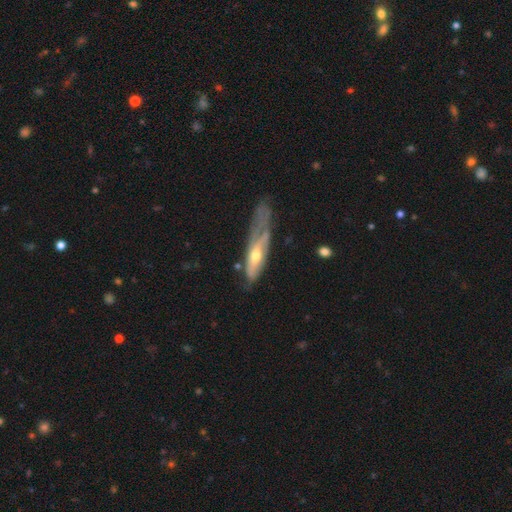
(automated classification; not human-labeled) Overall: featured or disk (59%; smooth 35%). Edge-on disk: no (63%; yes 37%). Merging: major disturbance (38%; minor disturbance 29%).